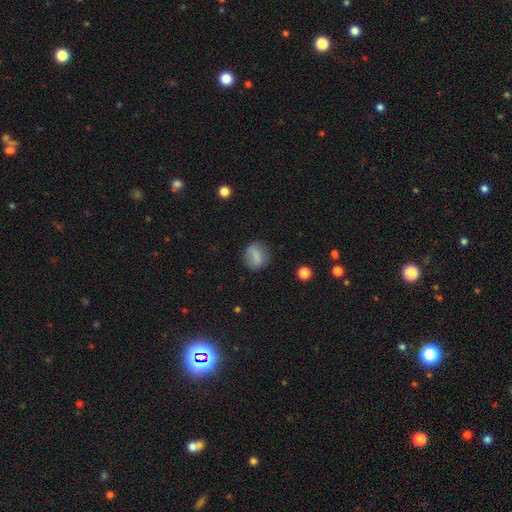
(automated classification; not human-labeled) A smooth galaxy with no disk features (71%) that is round (61%).

Vote fractions:
- Smooth or featured? smooth: 71% / featured or disk: 19% / star or artifact: 10%
- How rounded? round: 61% / in between: 36% / cigar-shaped: 3%
- Merging? none: 74% / minor disturbance: 17% / major disturbance: 7% / merger: 2%